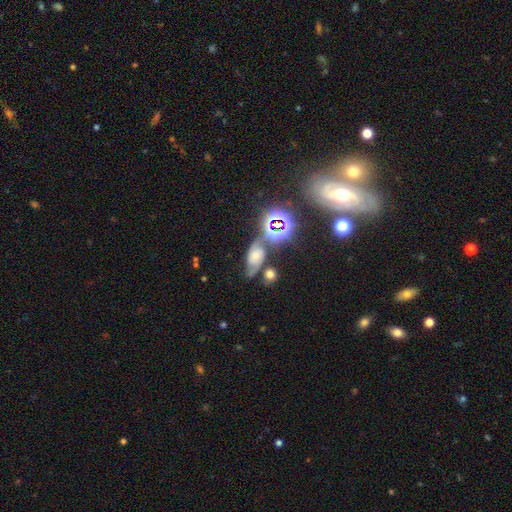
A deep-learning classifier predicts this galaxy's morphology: A featured or disk galaxy (57%) with no bar (69%), spiral arms (88%) and a moderate central bulge (46%). Merging: none (53%).